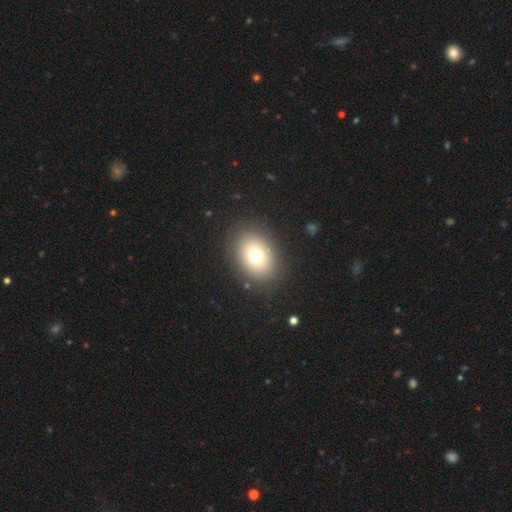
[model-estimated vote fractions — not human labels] smooth-or-featured: smooth: 74% | featured or disk: 14% | star or artifact: 12%
  how-rounded: in between: 65% | round: 34% | cigar-shaped: 1%
  merging: none: 86% | minor disturbance: 9% | major disturbance: 4% | merger: 1%